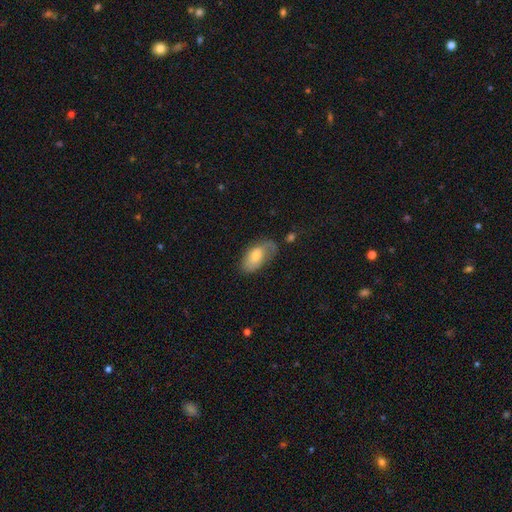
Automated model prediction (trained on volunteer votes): Overall: smooth (63%; featured or disk 30%). How rounded: in between (93%). Merging: none (48%; minor disturbance 32%).